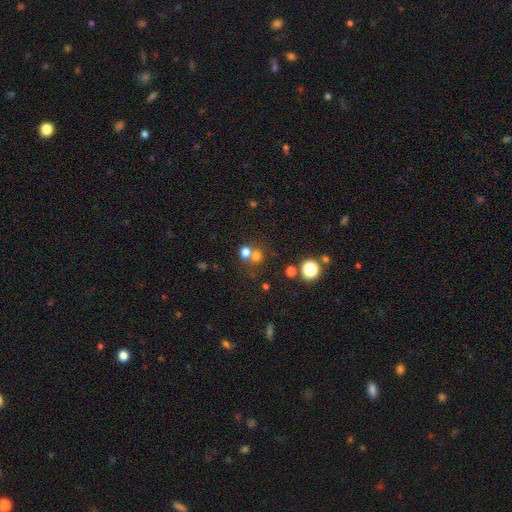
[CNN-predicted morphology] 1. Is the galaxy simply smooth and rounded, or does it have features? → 65% smooth, 25% star or artifact, 10% featured or disk.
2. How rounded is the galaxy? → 86% round, 13% in between, 1% cigar-shaped.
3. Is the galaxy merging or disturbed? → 56% none, 34% merger, 7% minor disturbance, 4% major disturbance.